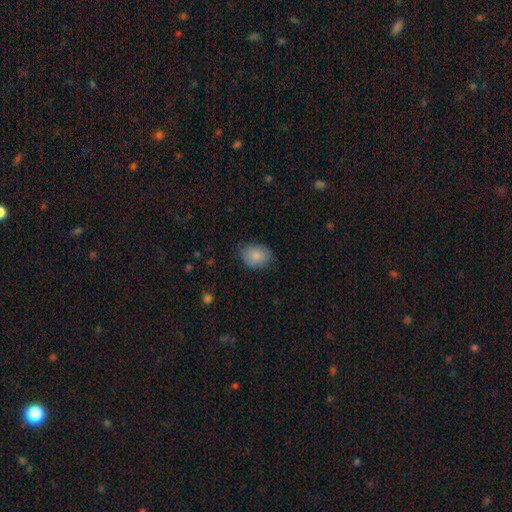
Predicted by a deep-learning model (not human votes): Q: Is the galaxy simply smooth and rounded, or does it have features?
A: smooth — 86%.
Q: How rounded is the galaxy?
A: in between — 63%.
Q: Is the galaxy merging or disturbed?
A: none — 75%.